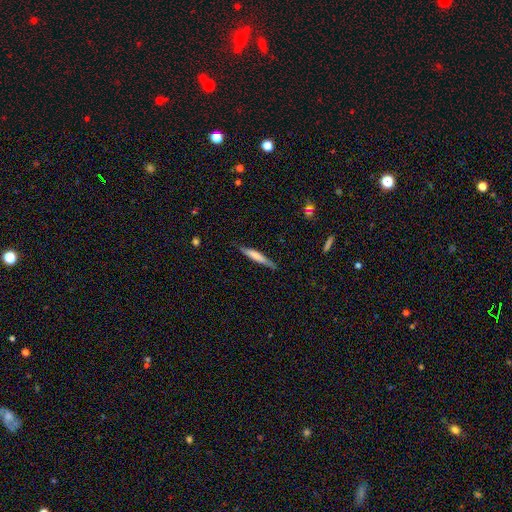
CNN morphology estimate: The model was most divided on "smooth or featured": smooth: 62%, featured or disk: 32%, star or artifact: 6%. More confident: how rounded — cigar-shaped (92%); merging — none (79%).